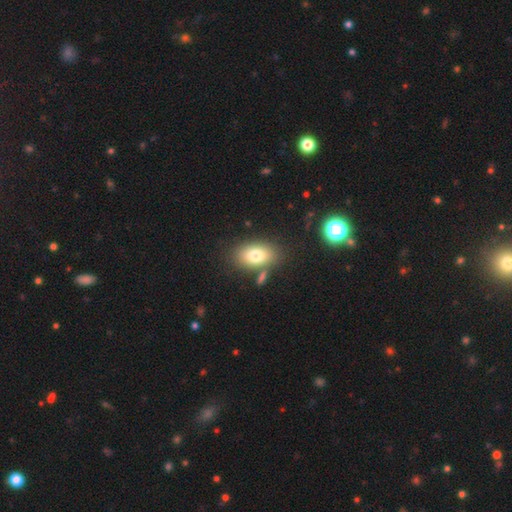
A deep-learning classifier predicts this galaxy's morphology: The model was most divided on "merging": none: 74%, minor disturbance: 12%, merger: 10%, major disturbance: 4%. More confident: how rounded — in between (88%); smooth or featured — smooth (77%).